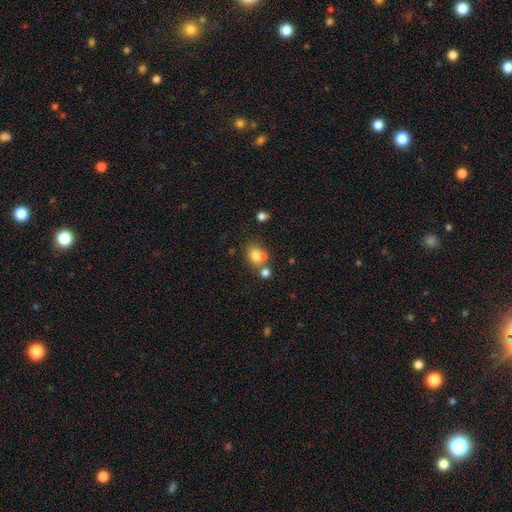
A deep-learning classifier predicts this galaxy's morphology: smooth 74%, featured or disk 13%, star or artifact 13%. Down the decision tree: how rounded — round (62%); merging — none (49%).